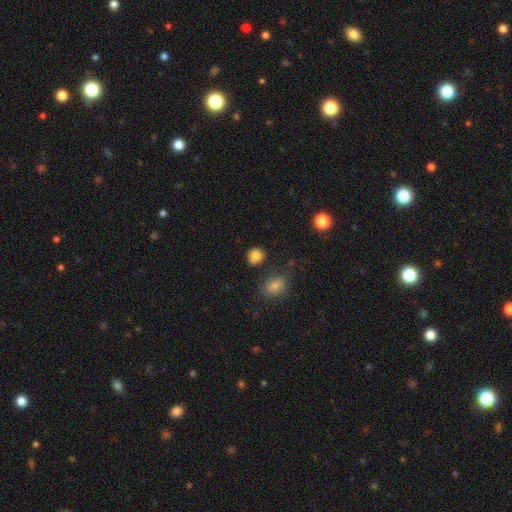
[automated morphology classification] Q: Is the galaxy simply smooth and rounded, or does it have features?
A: smooth — 80%.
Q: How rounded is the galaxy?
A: round — 81%.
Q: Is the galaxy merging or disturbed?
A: none — 76%.